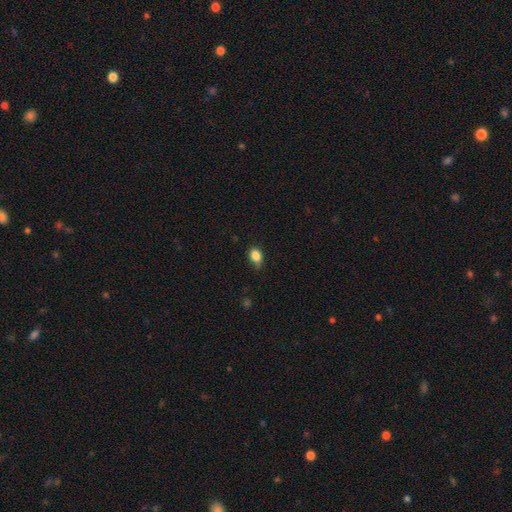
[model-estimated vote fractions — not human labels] Smooth or featured? smooth (86%)
How rounded? in between (78%)
Merging? none (64%)